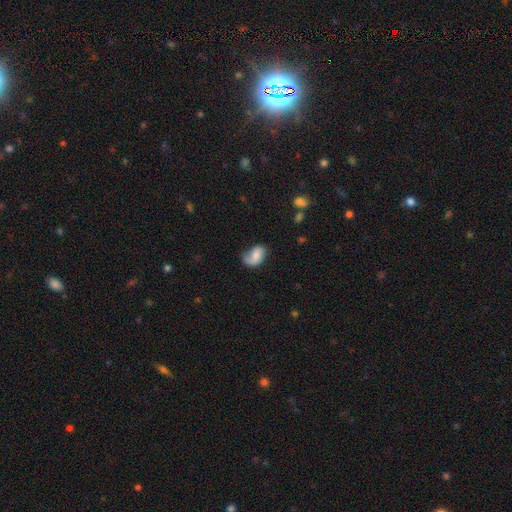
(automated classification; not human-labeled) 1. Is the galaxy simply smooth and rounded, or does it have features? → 59% smooth, 33% featured or disk, 8% star or artifact.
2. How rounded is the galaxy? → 84% in between, 14% round, 1% cigar-shaped.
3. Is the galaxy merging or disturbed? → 46% none, 32% minor disturbance, 19% major disturbance, 3% merger.